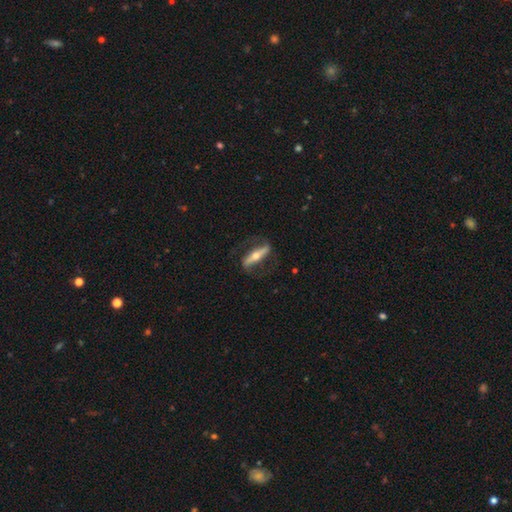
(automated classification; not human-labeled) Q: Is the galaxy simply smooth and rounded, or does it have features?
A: featured or disk — 73%.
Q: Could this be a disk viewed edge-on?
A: yes — 59%.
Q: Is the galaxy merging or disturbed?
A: none — 74%.